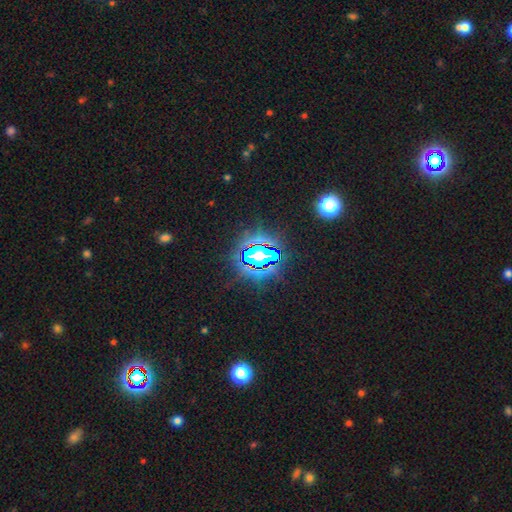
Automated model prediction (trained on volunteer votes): smooth-or-featured: star or artifact: 72% | smooth: 17% | featured or disk: 11%